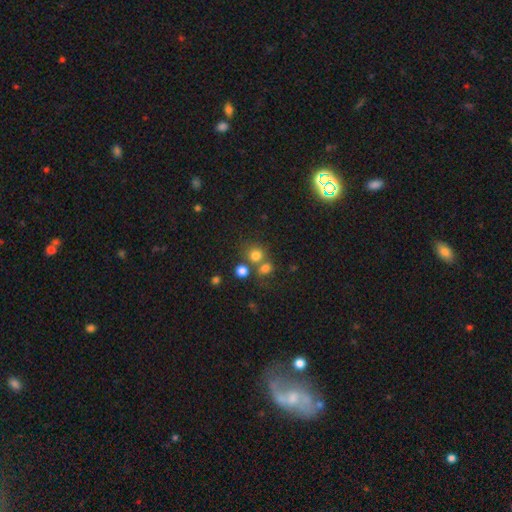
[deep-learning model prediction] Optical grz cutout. It shows a smooth galaxy with no disk features (75%) that is round (84%). Merging: none (55%).